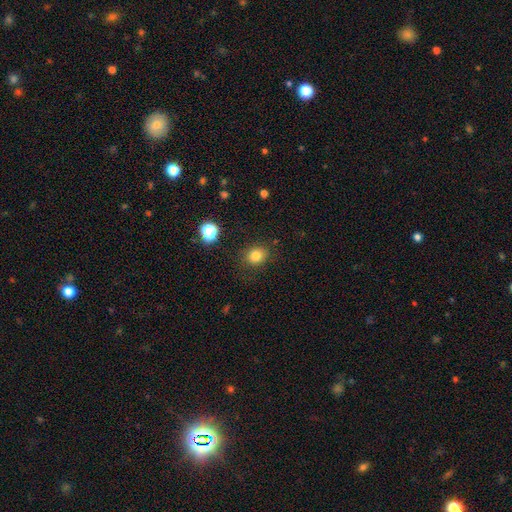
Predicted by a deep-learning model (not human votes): smooth-or-featured: smooth: 81% | star or artifact: 13% | featured or disk: 6%
  how-rounded: round: 67% | in between: 32% | cigar-shaped: 1%
  merging: none: 85% | minor disturbance: 10% | major disturbance: 3% | merger: 2%